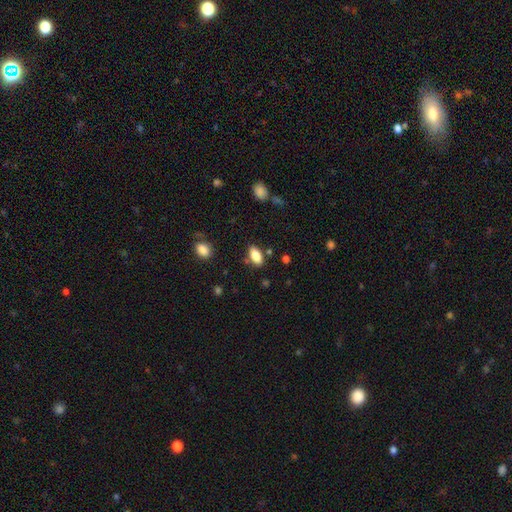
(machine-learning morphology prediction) The model was most divided on "merging": none: 82%, minor disturbance: 12%, merger: 3%, major disturbance: 3%. More confident: how rounded — in between (87%); smooth or featured — smooth (83%).